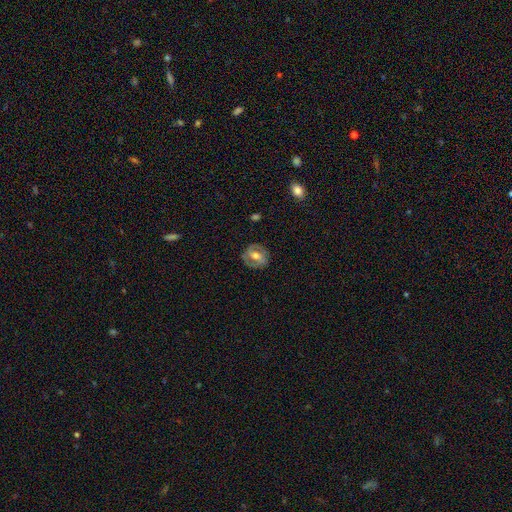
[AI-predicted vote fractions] Morphology: type=featured or disk (60%); edge-on=no (95%); bar=weak (41%); spiral arms=yes (60%); bulge=moderate (67%); merging=none (79%).